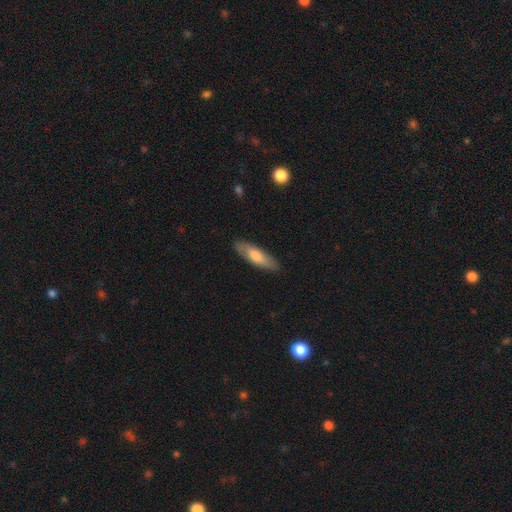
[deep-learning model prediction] A smooth galaxy with no disk features (69%) that is in between round and cigar-shaped (49%, tied with cigar-shaped). Merging: none (86%).